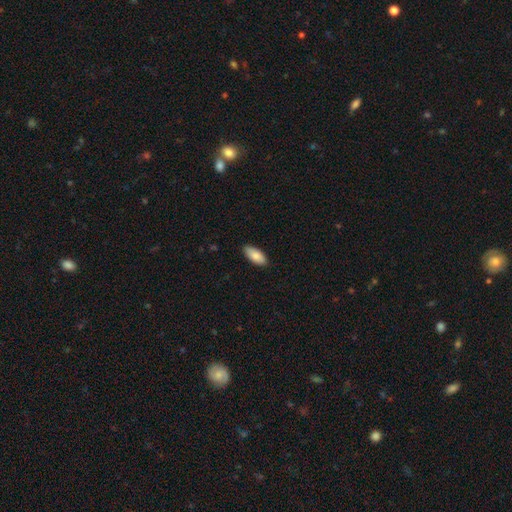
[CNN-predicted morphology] Smooth or featured?
  - smooth: 85% *
  - featured or disk: 9%
  - star or artifact: 6%
How rounded?
  - in between: 89% *
  - cigar-shaped: 9%
  - round: 2%
Merging?
  - none: 87% *
  - minor disturbance: 10%
  - major disturbance: 2%
  - merger: 1%